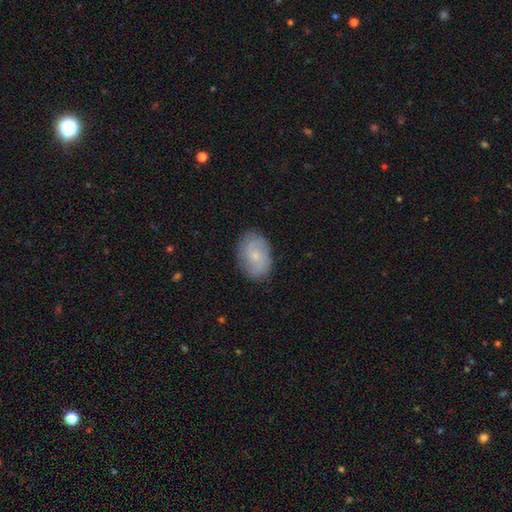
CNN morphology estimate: smooth 51%, featured or disk 41%, star or artifact 8%. Down the decision tree: how rounded — in between (83%); merging — none (82%).